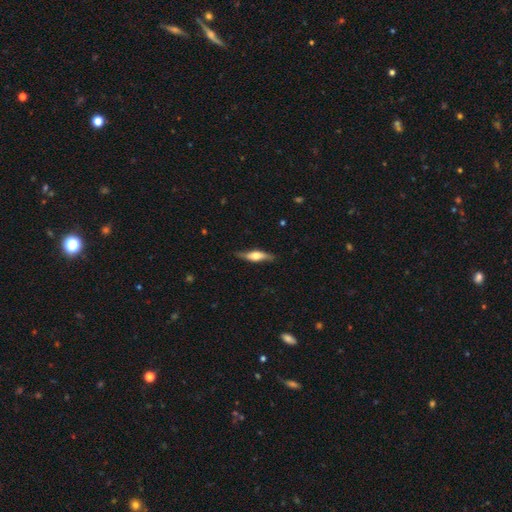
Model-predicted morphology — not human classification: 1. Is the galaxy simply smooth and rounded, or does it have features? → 56% featured or disk, 38% smooth, 6% star or artifact.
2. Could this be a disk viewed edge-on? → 85% yes, 15% no.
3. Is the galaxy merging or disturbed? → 79% none, 17% minor disturbance, 3% major disturbance, 1% merger.